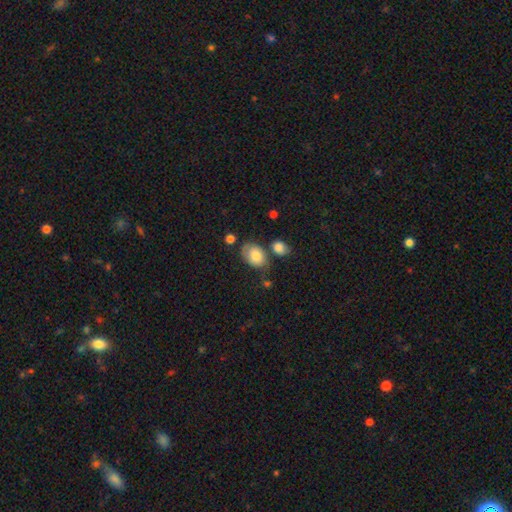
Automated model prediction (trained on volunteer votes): A smooth galaxy with no disk features (78%) that is in between round and cigar-shaped (79%).

Vote fractions:
- Smooth or featured? smooth: 78% / featured or disk: 14% / star or artifact: 8%
- How rounded? in between: 79% / round: 20% / cigar-shaped: 1%
- Merging? none: 56% / minor disturbance: 24% / merger: 12% / major disturbance: 8%